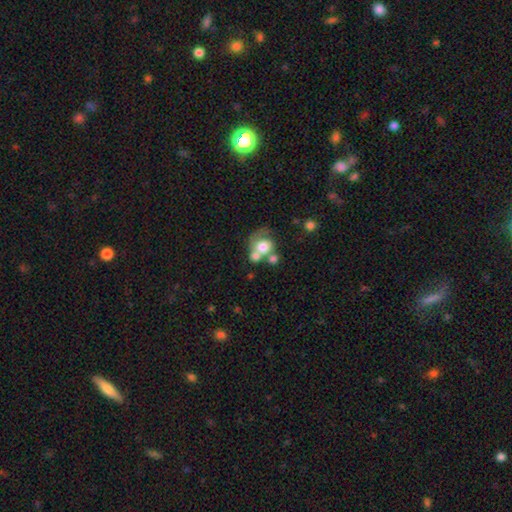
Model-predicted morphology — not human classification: Overall: smooth (61%; featured or disk 30%). How rounded: round (68%; in between 30%). Merging: merger (52%; none 23%).